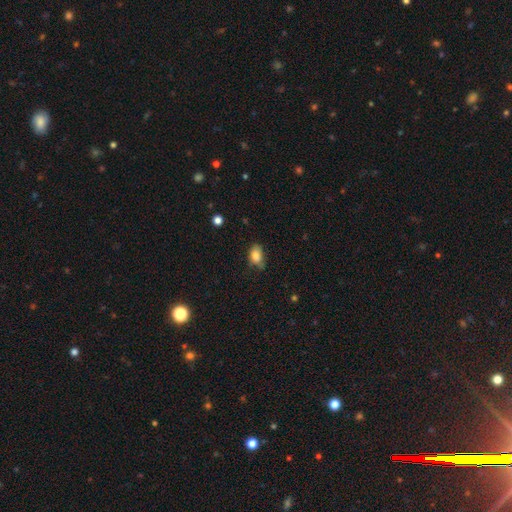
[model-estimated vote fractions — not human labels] smooth 81%, featured or disk 10%, star or artifact 9%. Down the decision tree: how rounded — in between (84%); merging — none (59%).